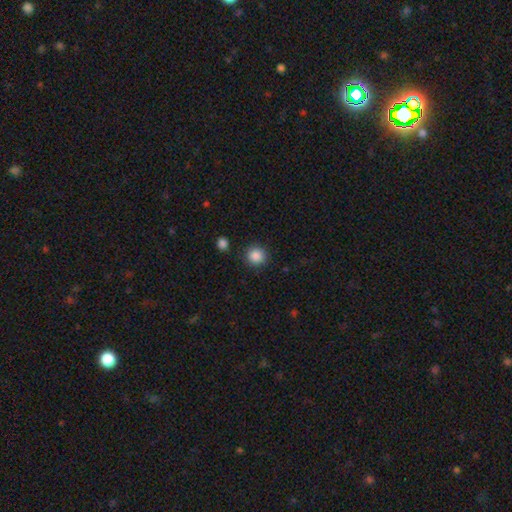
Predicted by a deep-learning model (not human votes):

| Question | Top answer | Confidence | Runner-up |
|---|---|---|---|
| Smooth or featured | smooth | 87% | star or artifact (10%) |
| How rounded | round | 92% | in between (7%) |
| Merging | none | 87% | minor disturbance (7%) |